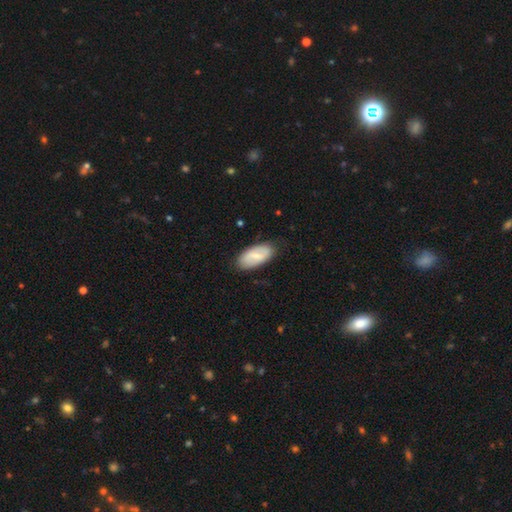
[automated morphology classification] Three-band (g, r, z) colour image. It shows a smooth galaxy with no disk features (60%) that is in between round and cigar-shaped (92%). Merging: none (84%).